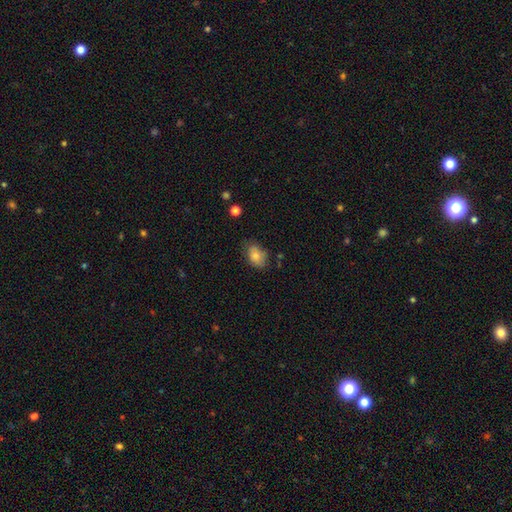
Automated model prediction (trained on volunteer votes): Morphology: type=smooth (80%); roundness=in between (82%); merging=none (64%).